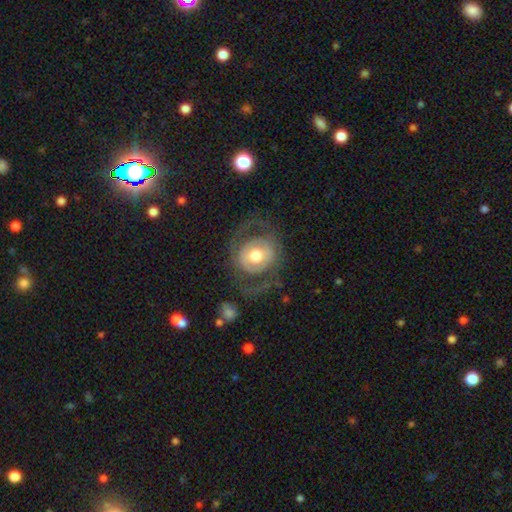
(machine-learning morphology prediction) type=featured or disk (61%); edge-on=no (96%); bar=no (68%); spiral arms=no (55%); bulge=moderate (68%); merging=none (62%).